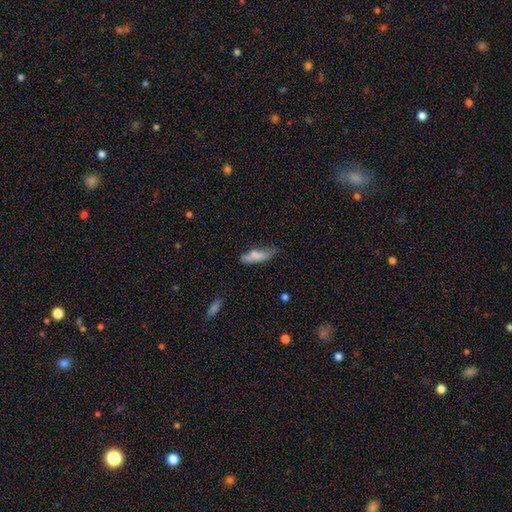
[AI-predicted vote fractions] Smooth or featured: smooth — 74% (featured or disk — 18%)
How rounded: cigar-shaped — 56% (in between — 42%)
Merging: none — 49% (minor disturbance — 31%)